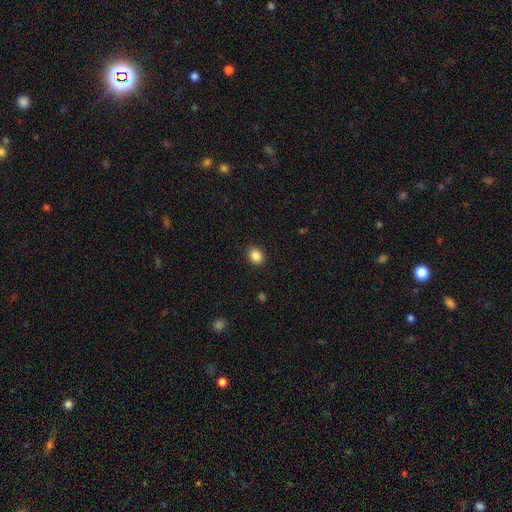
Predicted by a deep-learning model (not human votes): The model was most divided on "how rounded": round: 60%, in between: 40%, cigar-shaped: 1%. More confident: merging — none (90%); smooth or featured — smooth (87%).